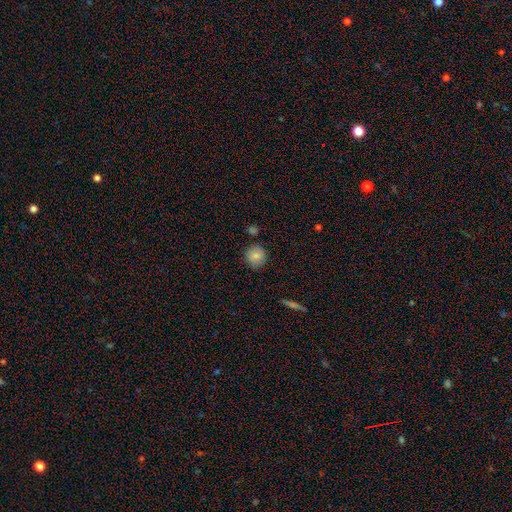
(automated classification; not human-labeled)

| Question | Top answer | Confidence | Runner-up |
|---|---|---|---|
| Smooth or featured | smooth | 83% | featured or disk (9%) |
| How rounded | round | 88% | in between (11%) |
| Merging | none | 81% | minor disturbance (12%) |